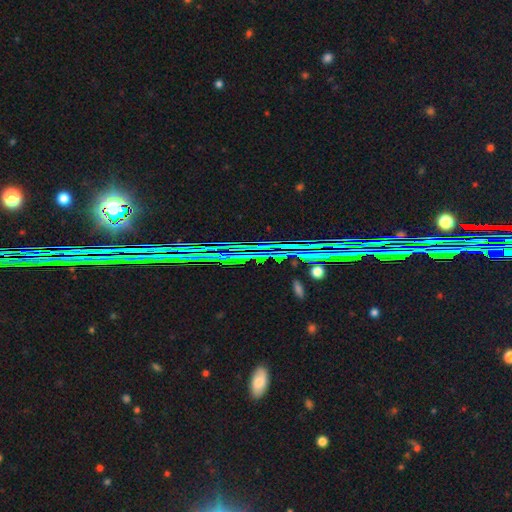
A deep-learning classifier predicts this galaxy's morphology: Smooth or featured?
  - star or artifact: 84% *
  - smooth: 8%
  - featured or disk: 8%